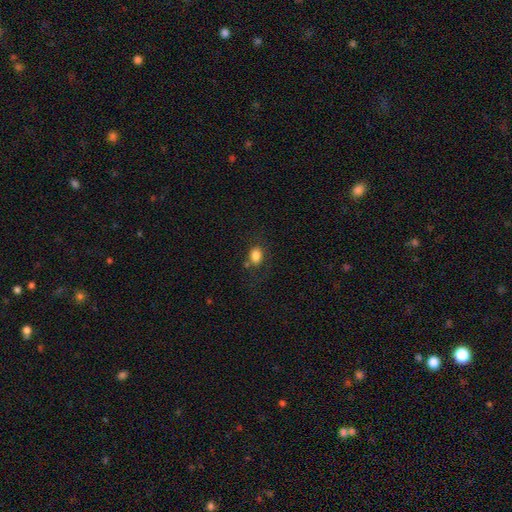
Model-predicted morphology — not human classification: smooth 82%, star or artifact 11%, featured or disk 7%. Down the decision tree: how rounded — in between (58%); merging — none (65%).